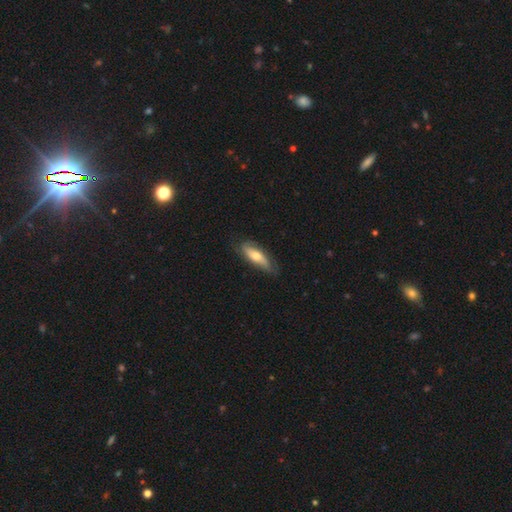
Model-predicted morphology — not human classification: smooth-or-featured: smooth: 59% | featured or disk: 35% | star or artifact: 6%
  how-rounded: cigar-shaped: 50% | in between: 47% | round: 2%
  merging: none: 72% | minor disturbance: 22% | major disturbance: 4% | merger: 1%